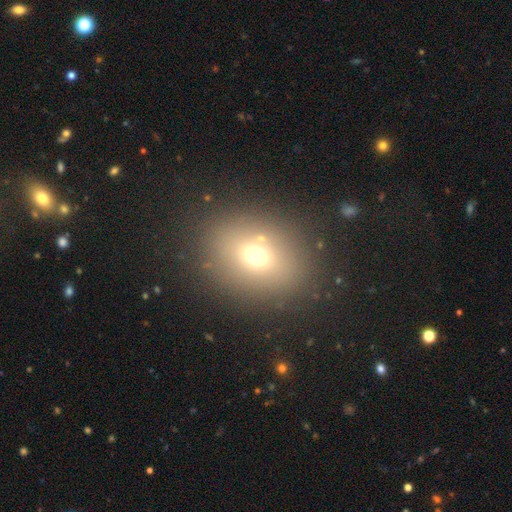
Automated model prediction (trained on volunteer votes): smooth_or_featured: smooth (p=0.67) [alt: star or artifact p=0.19]
how_rounded: in between (p=0.58) [alt: round p=0.41]
merging: none (p=0.81) [alt: minor disturbance p=0.09]